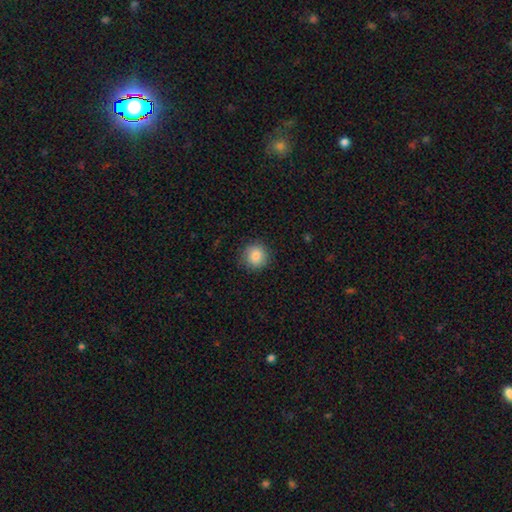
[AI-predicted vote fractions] Smooth or featured? Predicted: smooth (p=0.86). How rounded? Predicted: round (p=0.91). Merging? Predicted: none (p=0.88).